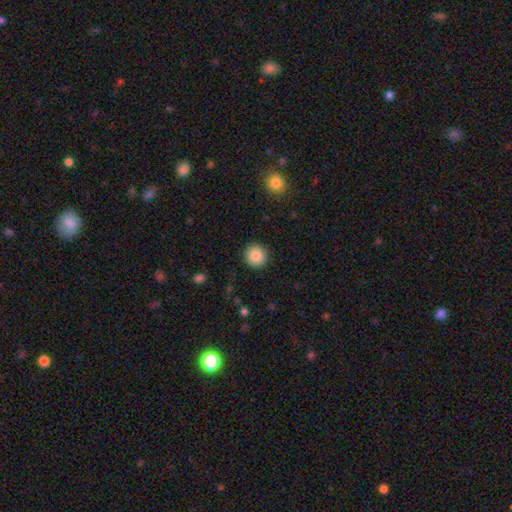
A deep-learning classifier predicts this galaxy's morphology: smooth_or_featured: smooth (p=0.86) [alt: star or artifact p=0.09]
how_rounded: round (p=0.92) [alt: in between p=0.07]
merging: none (p=0.91) [alt: minor disturbance p=0.06]